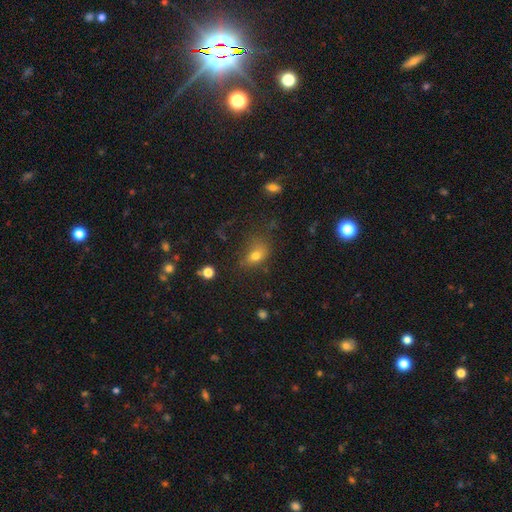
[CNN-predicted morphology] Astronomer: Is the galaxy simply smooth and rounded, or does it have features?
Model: smooth — 74%.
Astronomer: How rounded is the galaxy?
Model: in between — 72%.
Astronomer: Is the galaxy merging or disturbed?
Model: none — 57%.